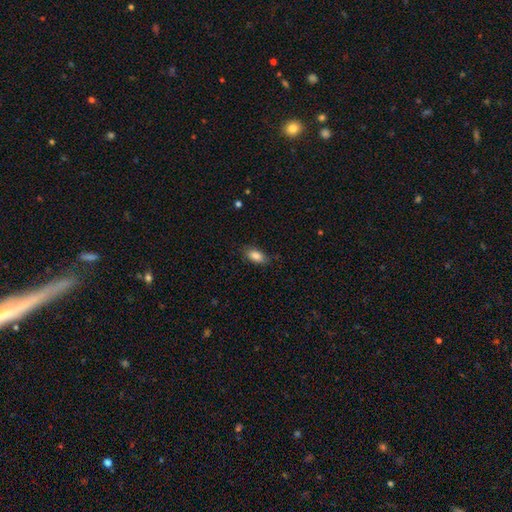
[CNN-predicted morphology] Smooth or featured? smooth (87%)
How rounded? in between (90%)
Merging? none (82%)